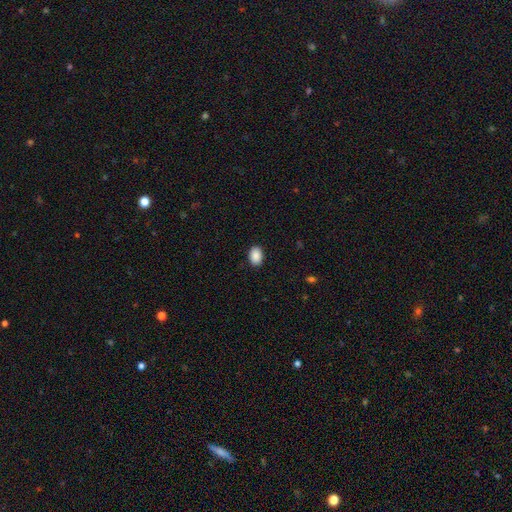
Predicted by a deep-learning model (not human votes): Smooth or featured? smooth (90%)
How rounded? in between (83%)
Merging? none (90%)